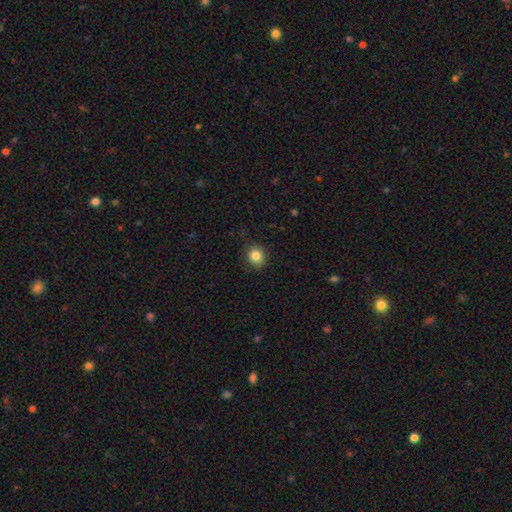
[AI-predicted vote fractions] This is clearly a smooth galaxy (84%). How rounded: clearly round (85%). Merging: clearly none (87%).